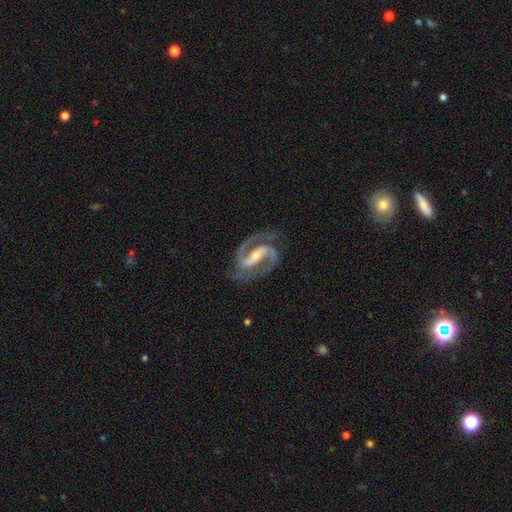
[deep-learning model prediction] Morphology: type=featured or disk (94%); edge-on=no (98%); bar=strong (61%); spiral arms=yes (98%); winding=medium (61%); arm count=2 (94%); bulge=small (53%); merging=none (81%).